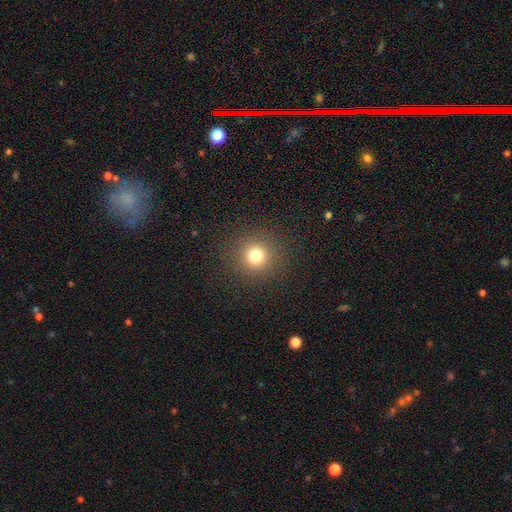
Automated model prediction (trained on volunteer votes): Q: Smooth or featured?
A: smooth (77%); runner-up: star or artifact (16%)
Q: How rounded?
A: round (94%); runner-up: in between (5%)
Q: Merging?
A: none (90%); runner-up: minor disturbance (6%)